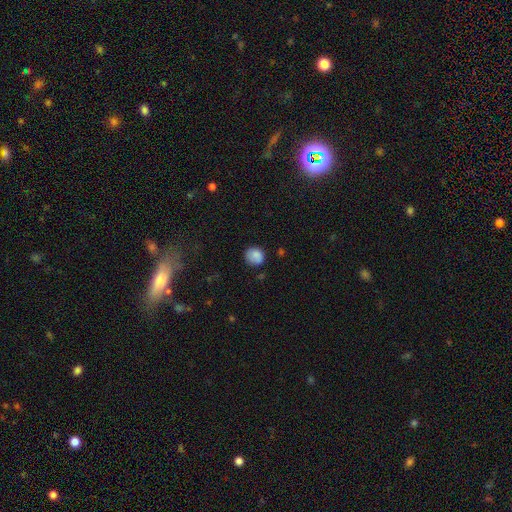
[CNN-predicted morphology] The model was most divided on "merging": none: 75%, minor disturbance: 19%, major disturbance: 4%, merger: 2%. More confident: smooth or featured — smooth (84%); how rounded — round (80%).